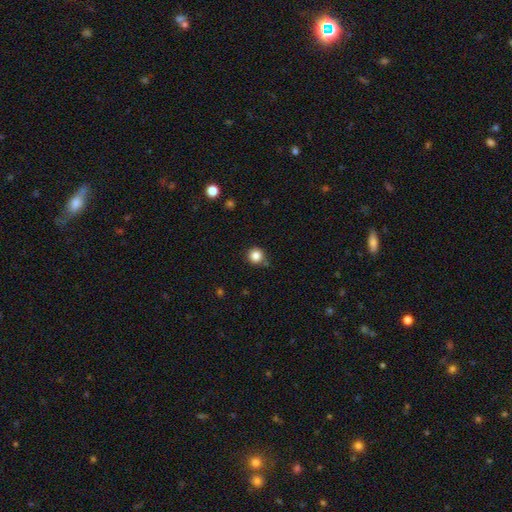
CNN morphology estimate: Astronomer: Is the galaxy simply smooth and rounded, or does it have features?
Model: smooth — 84%.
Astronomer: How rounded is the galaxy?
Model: round — 94%.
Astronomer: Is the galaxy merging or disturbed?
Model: none — 81%.